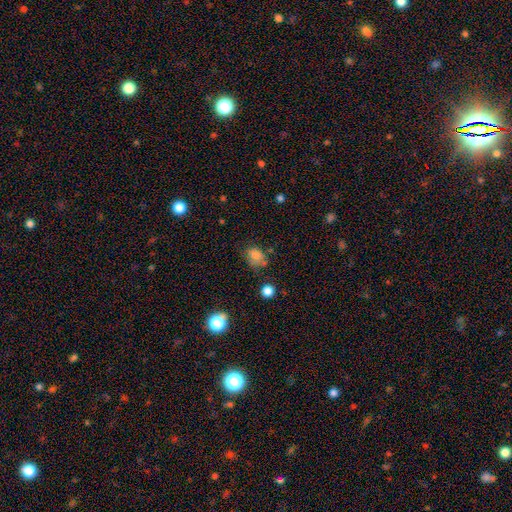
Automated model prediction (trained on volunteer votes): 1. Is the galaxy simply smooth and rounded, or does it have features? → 78% smooth, 13% star or artifact, 9% featured or disk.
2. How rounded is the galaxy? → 52% in between, 46% round, 1% cigar-shaped.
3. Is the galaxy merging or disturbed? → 58% none, 26% minor disturbance, 9% major disturbance, 8% merger.